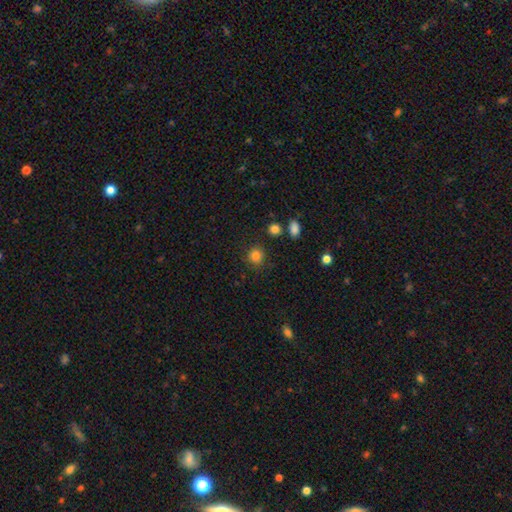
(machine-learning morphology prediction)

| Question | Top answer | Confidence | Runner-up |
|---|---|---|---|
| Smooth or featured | smooth | 84% | star or artifact (12%) |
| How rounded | round | 89% | in between (10%) |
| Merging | none | 86% | minor disturbance (8%) |